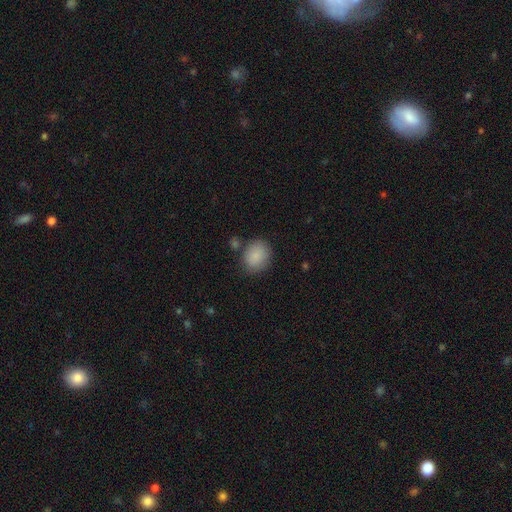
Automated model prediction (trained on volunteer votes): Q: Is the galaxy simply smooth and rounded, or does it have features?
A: smooth — 87%.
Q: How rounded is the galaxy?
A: round — 61%.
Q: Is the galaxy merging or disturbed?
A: none — 73%.